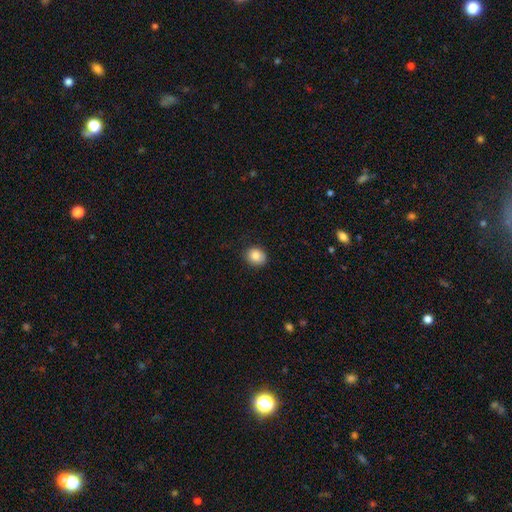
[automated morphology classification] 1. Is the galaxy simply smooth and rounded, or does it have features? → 86% smooth, 9% star or artifact, 5% featured or disk.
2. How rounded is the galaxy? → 70% round, 29% in between, 1% cigar-shaped.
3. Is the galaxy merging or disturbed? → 85% none, 12% minor disturbance, 3% major disturbance, 1% merger.